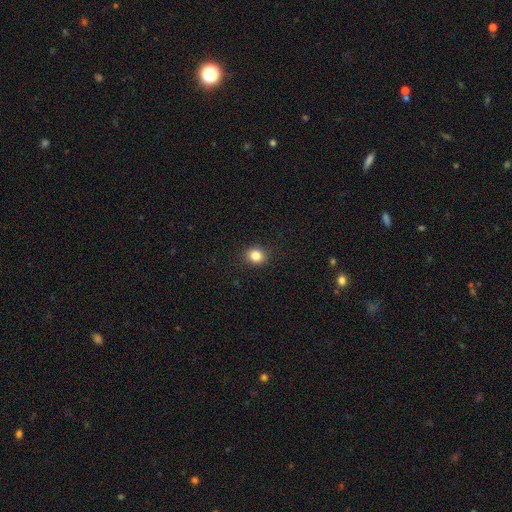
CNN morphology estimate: smooth 84%, star or artifact 11%, featured or disk 5%. Down the decision tree: how rounded — round (73%); merging — none (91%).